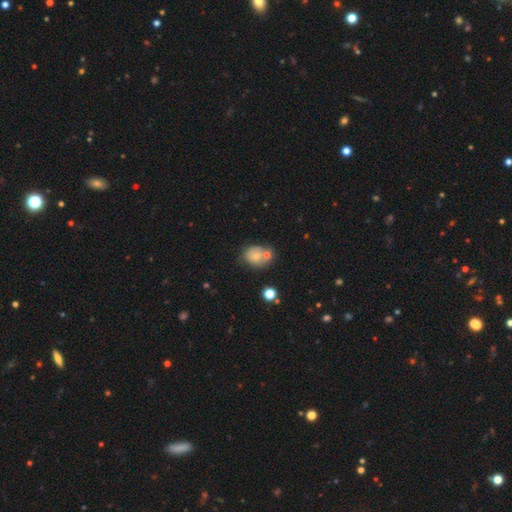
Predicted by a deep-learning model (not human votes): Morphology: type=smooth (67%); roundness=round (55%); merging=none (45%).